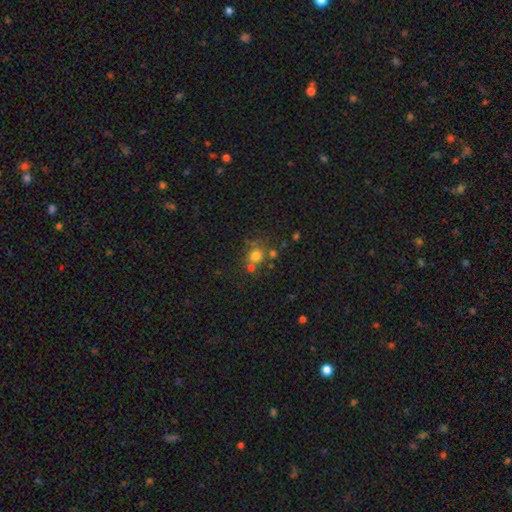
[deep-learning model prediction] smooth_or_featured: smooth (p=0.71) [alt: star or artifact p=0.18]
how_rounded: round (p=0.85) [alt: in between p=0.14]
merging: none (p=0.57) [alt: merger p=0.26]